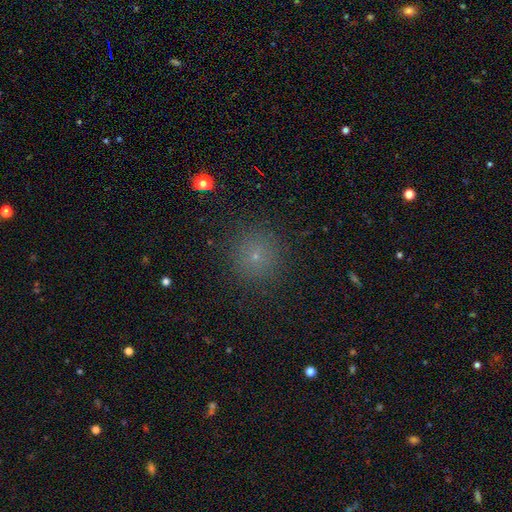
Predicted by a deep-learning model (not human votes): This appears to be a smooth galaxy with no disk features (70%) that is round (95%). Merging: none (89%).